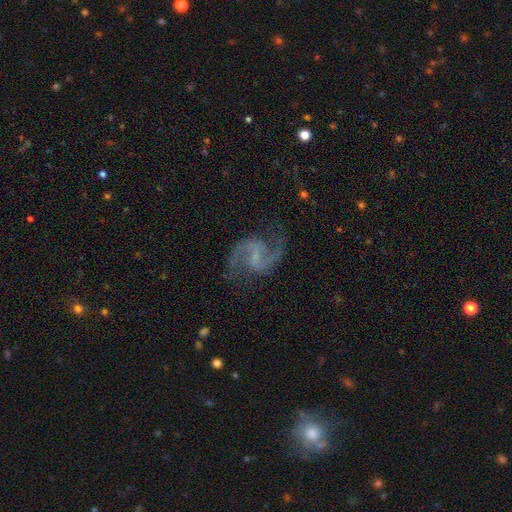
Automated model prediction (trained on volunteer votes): This appears to be a featured or disk galaxy (91%) with a weak bar (54%), 2 (94%) medium (48%) spiral arms (97%) and a small central bulge (51%). Merging: none (75%).